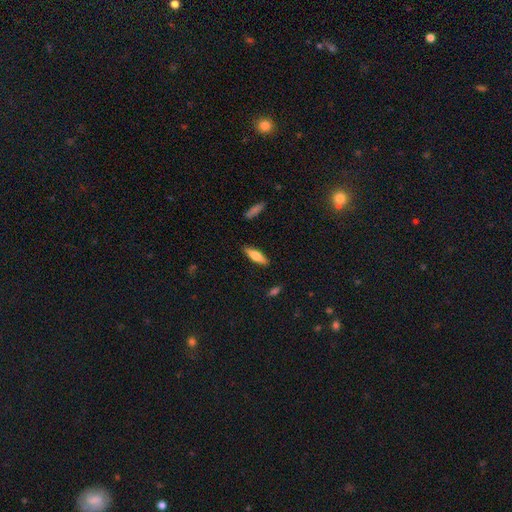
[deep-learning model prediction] smooth 65%, featured or disk 29%, star or artifact 6%. Down the decision tree: how rounded — cigar-shaped (61%); merging — none (87%).